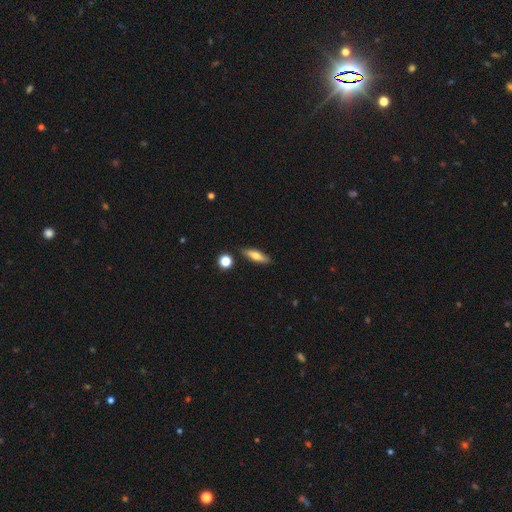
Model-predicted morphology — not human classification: smooth-or-featured: smooth: 60% | featured or disk: 33% | star or artifact: 7%
  how-rounded: cigar-shaped: 61% | in between: 35% | round: 4%
  merging: none: 86% | minor disturbance: 9% | merger: 3% | major disturbance: 2%